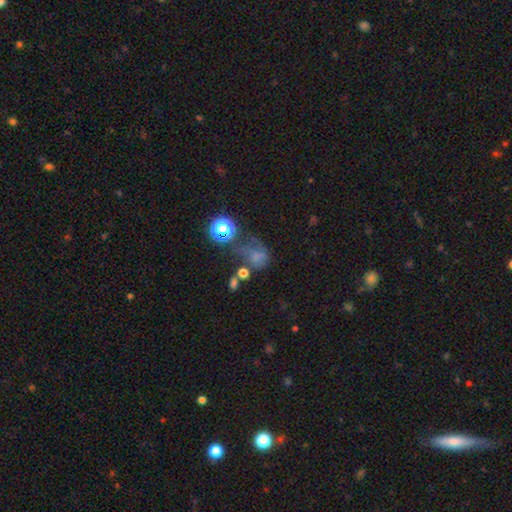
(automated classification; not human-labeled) Smooth or featured? Predicted: smooth (p=0.49). Merging? Predicted: major disturbance (p=0.39).